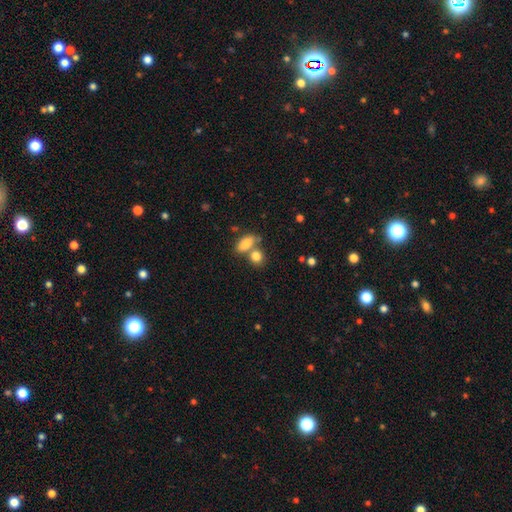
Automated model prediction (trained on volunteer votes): smooth-or-featured: smooth: 83% | star or artifact: 9% | featured or disk: 8%
  how-rounded: in between: 50% | round: 47% | cigar-shaped: 4%
  merging: none: 47% | merger: 38% | minor disturbance: 10% | major disturbance: 4%